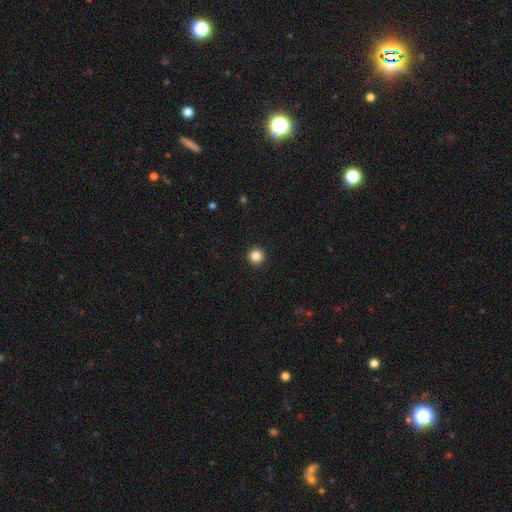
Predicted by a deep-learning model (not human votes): Smooth or featured? Predicted: smooth (p=0.85). How rounded? Predicted: round (p=0.96). Merging? Predicted: none (p=0.94).